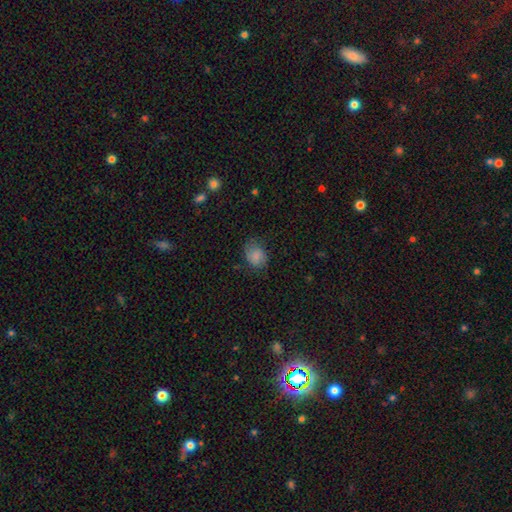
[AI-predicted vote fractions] Smooth or featured: smooth — 74% (featured or disk — 16%)
How rounded: in between — 54% (round — 45%)
Merging: none — 58% (minor disturbance — 28%)